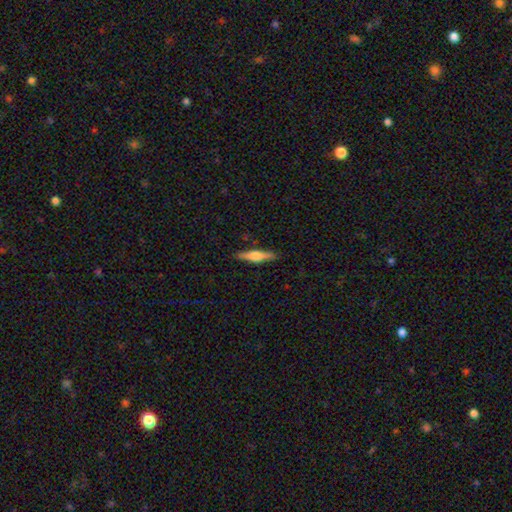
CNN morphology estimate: smooth_or_featured: featured or disk (p=0.52) [alt: smooth p=0.42]
disk_edge_on: yes (p=0.96) [alt: no p=0.04]
merging: none (p=0.89) [alt: minor disturbance p=0.08]